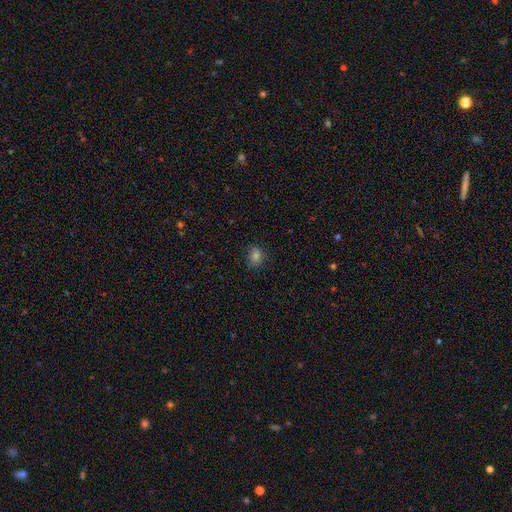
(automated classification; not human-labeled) Overall: smooth (73%). How rounded: in between (53%; round 45%). Merging: none (82%).